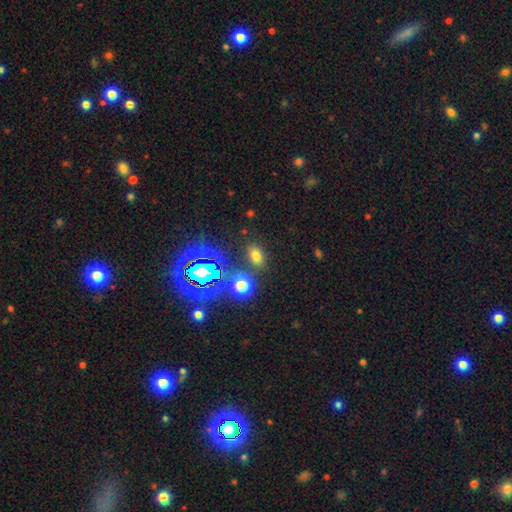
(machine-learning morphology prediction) type=smooth (63%); roundness=in between (76%); merging=none (83%).